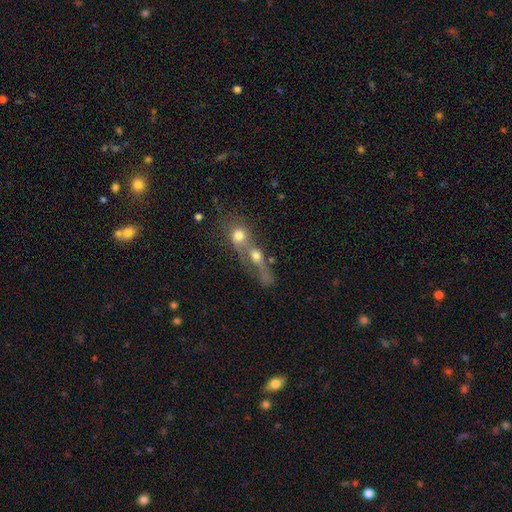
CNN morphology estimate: Overall: smooth (48%; featured or disk 36%). Merging: merger (65%).